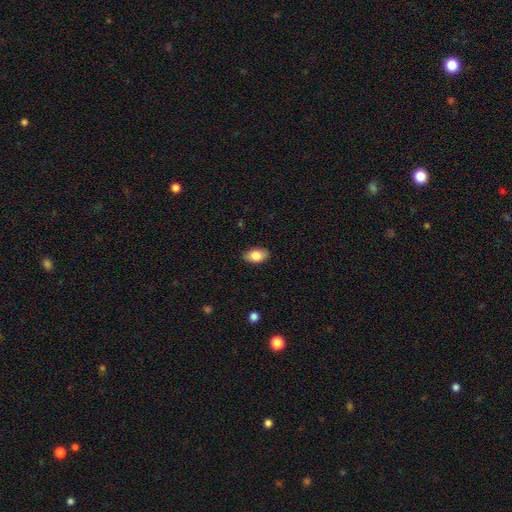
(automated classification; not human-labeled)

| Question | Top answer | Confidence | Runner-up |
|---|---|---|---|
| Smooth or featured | smooth | 85% | featured or disk (8%) |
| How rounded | in between | 91% | round (7%) |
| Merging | none | 85% | minor disturbance (12%) |